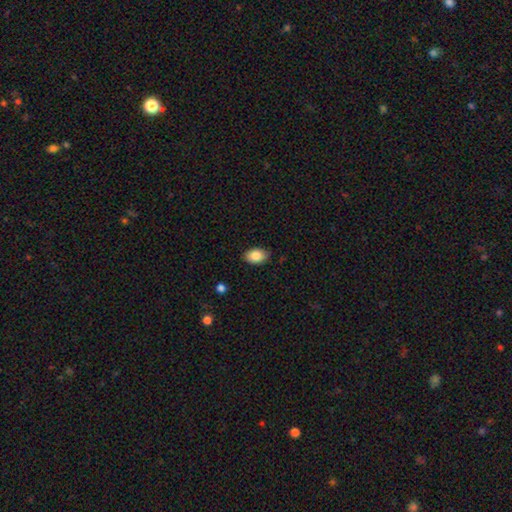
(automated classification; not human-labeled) Smooth or featured? Predicted: smooth (p=0.85). How rounded? Predicted: in between (p=0.86). Merging? Predicted: none (p=0.84).